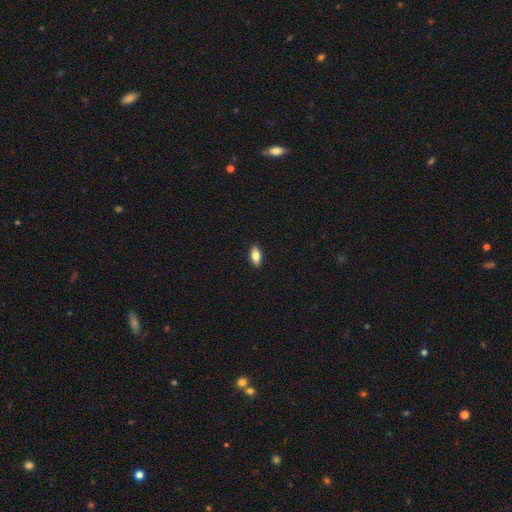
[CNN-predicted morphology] A smooth galaxy with no disk features (77%) that is in between round and cigar-shaped (86%).

Vote fractions:
- Smooth or featured? smooth: 77% / featured or disk: 16% / star or artifact: 7%
- How rounded? in between: 86% / cigar-shaped: 11% / round: 3%
- Merging? none: 90% / minor disturbance: 7% / major disturbance: 2% / merger: 1%